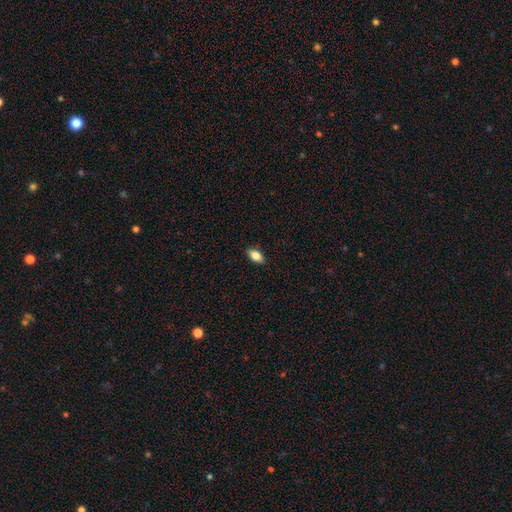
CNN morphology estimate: type=smooth (83%); roundness=in between (89%); merging=none (87%).